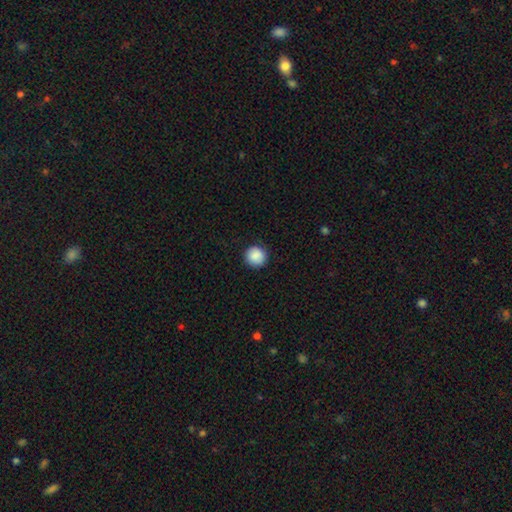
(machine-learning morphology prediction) Q: Smooth or featured?
A: smooth (89%); runner-up: star or artifact (8%)
Q: How rounded?
A: round (95%); runner-up: in between (4%)
Q: Merging?
A: none (88%); runner-up: minor disturbance (8%)